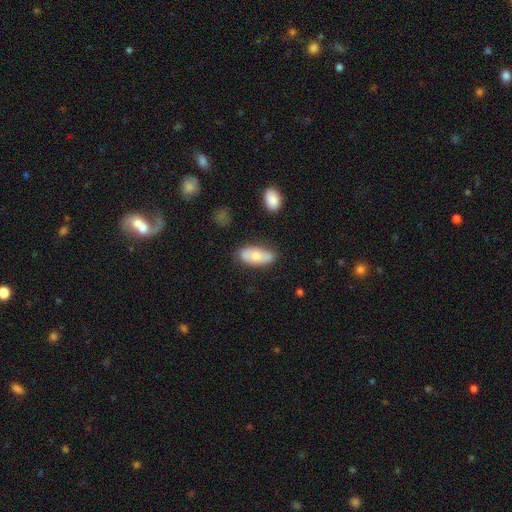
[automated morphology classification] smooth_or_featured: smooth (p=0.63) [alt: featured or disk p=0.31]
how_rounded: in between (p=0.88) [alt: cigar-shaped p=0.09]
merging: none (p=0.74) [alt: minor disturbance p=0.18]